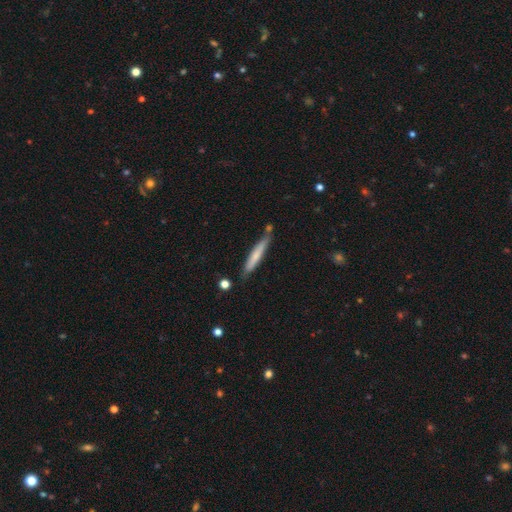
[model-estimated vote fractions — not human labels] Smooth or featured: smooth — 62% (featured or disk — 32%)
How rounded: cigar-shaped — 94% (in between — 4%)
Merging: none — 75% (minor disturbance — 16%)